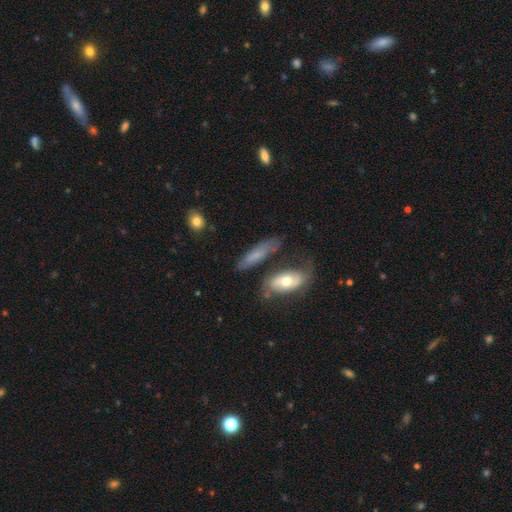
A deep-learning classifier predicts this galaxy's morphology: smooth 59%, featured or disk 31%, star or artifact 9%. Down the decision tree: how rounded — cigar-shaped (62%); merging — none (60%).